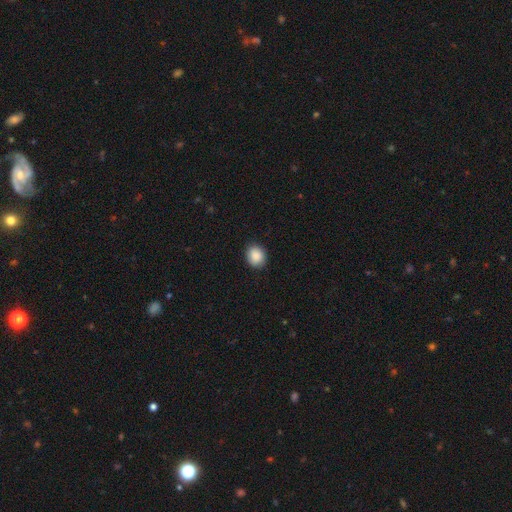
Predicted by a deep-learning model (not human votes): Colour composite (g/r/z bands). It shows a smooth galaxy with no disk features (89%) that is round (61%). Merging: none (87%).